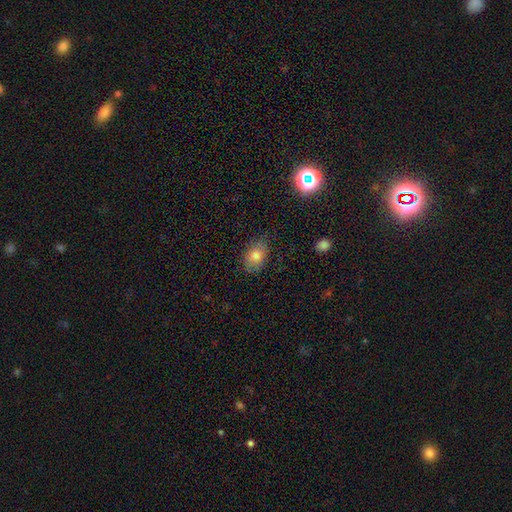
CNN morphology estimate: Overall: smooth (77%). How rounded: in between (78%). Merging: none (75%).